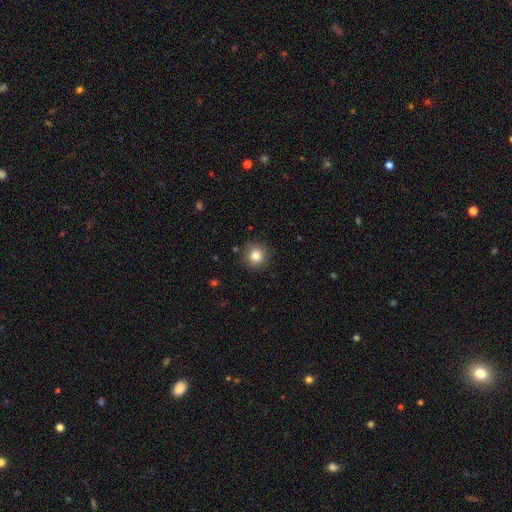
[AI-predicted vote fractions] smooth_or_featured: smooth (p=0.82) [alt: star or artifact p=0.11]
how_rounded: round (p=0.94) [alt: in between p=0.05]
merging: none (p=0.89) [alt: minor disturbance p=0.08]